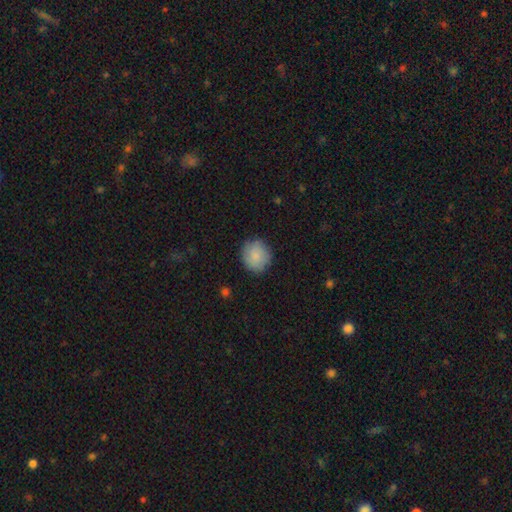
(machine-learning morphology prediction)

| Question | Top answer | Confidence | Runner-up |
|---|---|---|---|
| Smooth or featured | smooth | 85% | featured or disk (9%) |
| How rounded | round | 86% | in between (13%) |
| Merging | none | 85% | minor disturbance (11%) |